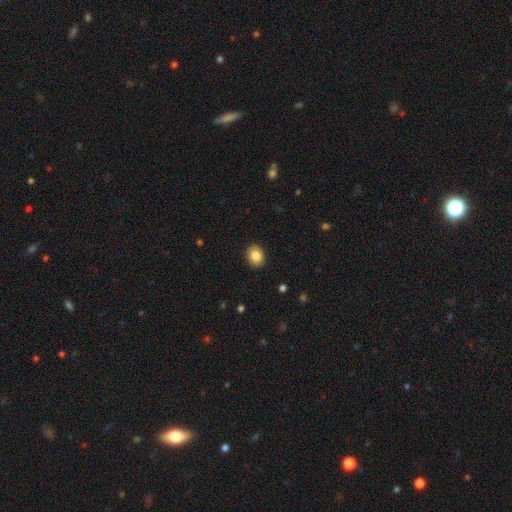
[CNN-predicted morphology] smooth-or-featured: smooth: 84% | star or artifact: 8% | featured or disk: 8%
  how-rounded: in between: 61% | round: 38% | cigar-shaped: 1%
  merging: none: 91% | minor disturbance: 6% | major disturbance: 2% | merger: 1%